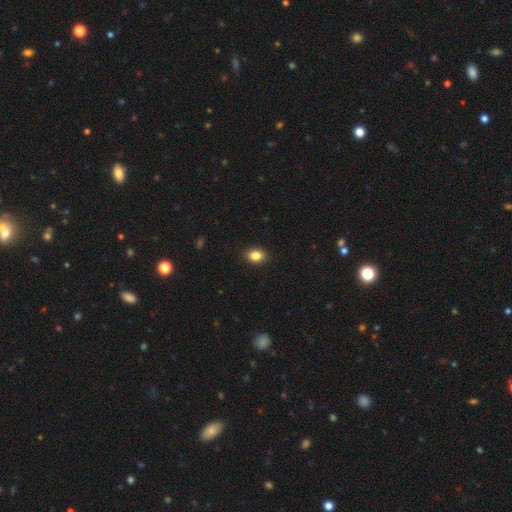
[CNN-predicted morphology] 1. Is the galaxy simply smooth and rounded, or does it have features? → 85% smooth, 10% star or artifact, 6% featured or disk.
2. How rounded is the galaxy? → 68% in between, 31% round, 1% cigar-shaped.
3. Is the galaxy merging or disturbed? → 89% none, 8% minor disturbance, 2% major disturbance, 1% merger.